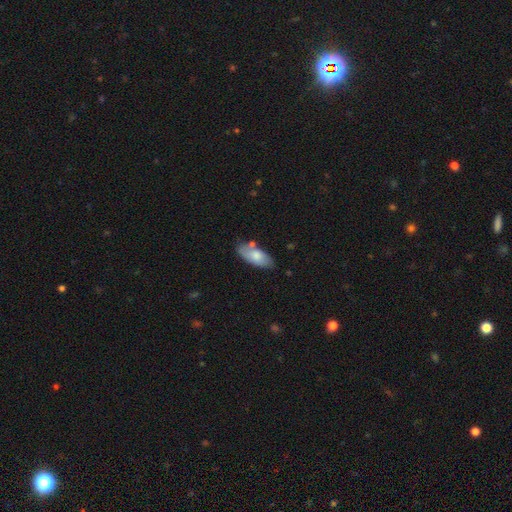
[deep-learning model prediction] This is likely a smooth galaxy (74%). How rounded: clearly in between (89%). Merging: likely none (72%).